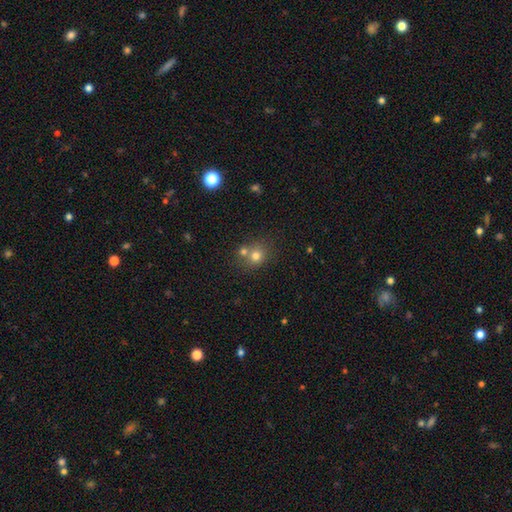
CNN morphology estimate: smooth-or-featured: smooth: 74% | star or artifact: 15% | featured or disk: 11%
  how-rounded: round: 80% | in between: 19% | cigar-shaped: 1%
  merging: none: 52% | merger: 38% | minor disturbance: 7% | major disturbance: 3%